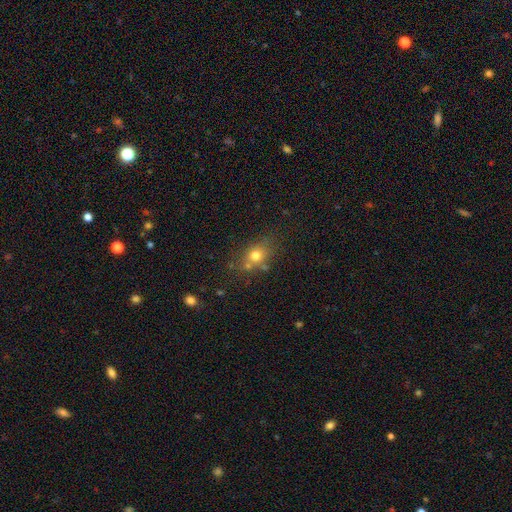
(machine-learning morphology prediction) Smooth or featured? Predicted: smooth (p=0.73). How rounded? Predicted: round (p=0.51). Merging? Predicted: none (p=0.65).